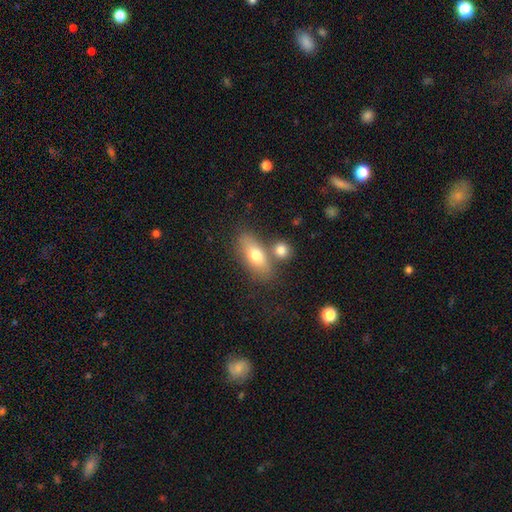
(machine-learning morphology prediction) Smooth or featured: smooth — 71% (featured or disk — 22%)
How rounded: in between — 78% (cigar-shaped — 15%)
Merging: none — 59% (merger — 25%)